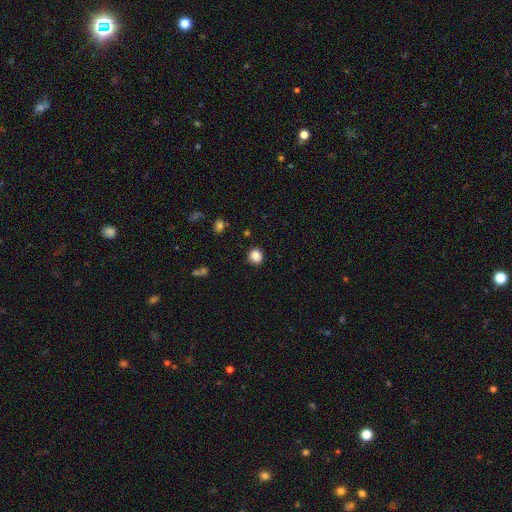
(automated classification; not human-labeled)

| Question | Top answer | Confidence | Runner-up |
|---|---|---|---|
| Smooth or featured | smooth | 86% | star or artifact (11%) |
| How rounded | round | 83% | in between (16%) |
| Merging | none | 86% | minor disturbance (9%) |